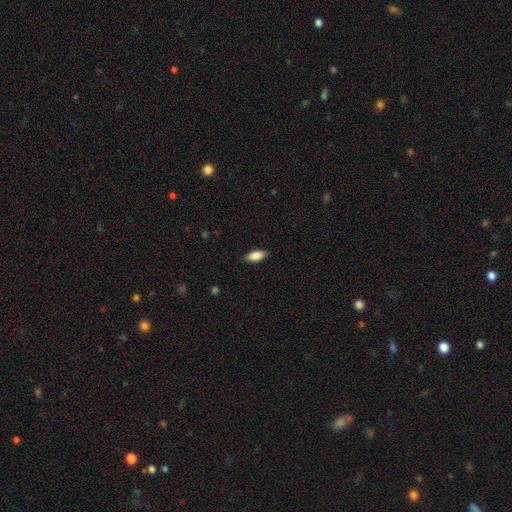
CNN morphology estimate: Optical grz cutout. It shows a smooth galaxy with no disk features (86%) that is in between round and cigar-shaped (86%). Merging: none (84%).